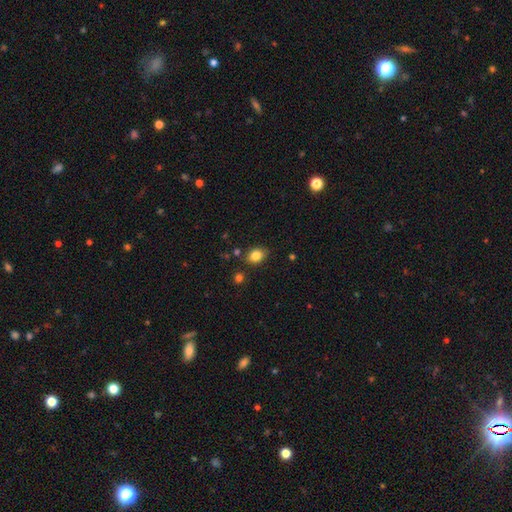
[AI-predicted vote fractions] The model was most divided on "how rounded": in between: 62%, round: 37%, cigar-shaped: 1%. More confident: smooth or featured — smooth (83%); merging — none (81%).